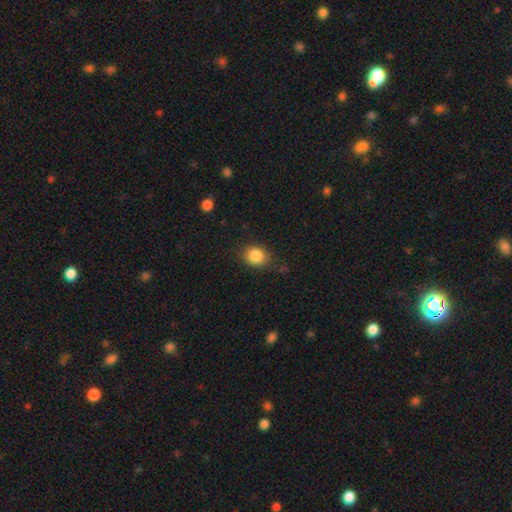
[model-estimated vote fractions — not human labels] Smooth or featured?
  - smooth: 85% *
  - star or artifact: 10%
  - featured or disk: 5%
How rounded?
  - round: 62% *
  - in between: 37%
  - cigar-shaped: 1%
Merging?
  - none: 78% *
  - minor disturbance: 16%
  - major disturbance: 4%
  - merger: 2%